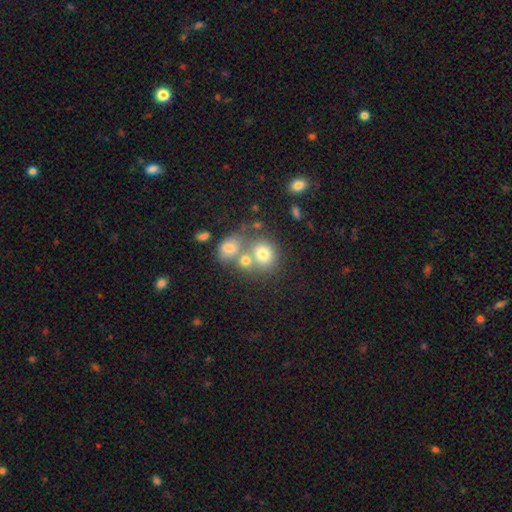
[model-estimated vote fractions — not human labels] smooth_or_featured: smooth (p=0.58) [alt: star or artifact p=0.24]
how_rounded: round (p=0.79) [alt: in between p=0.20]
merging: merger (p=0.49) [alt: none p=0.40]